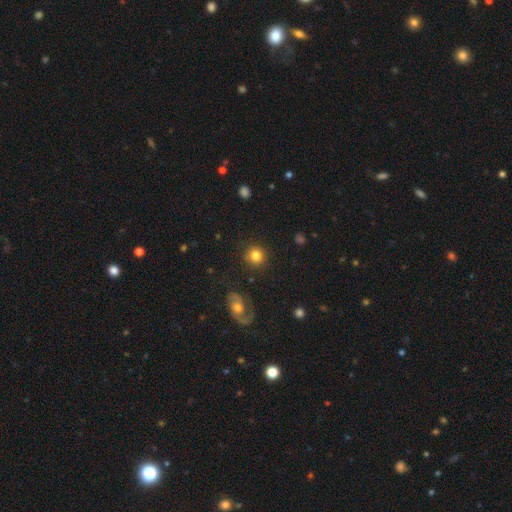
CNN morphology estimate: Overall: smooth (80%). How rounded: round (92%). Merging: none (87%).